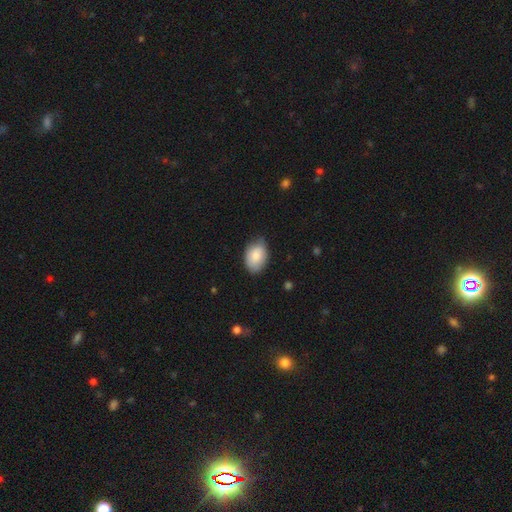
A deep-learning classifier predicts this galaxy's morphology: Smooth or featured? Predicted: smooth (p=0.84). How rounded? Predicted: in between (p=0.88). Merging? Predicted: none (p=0.71).